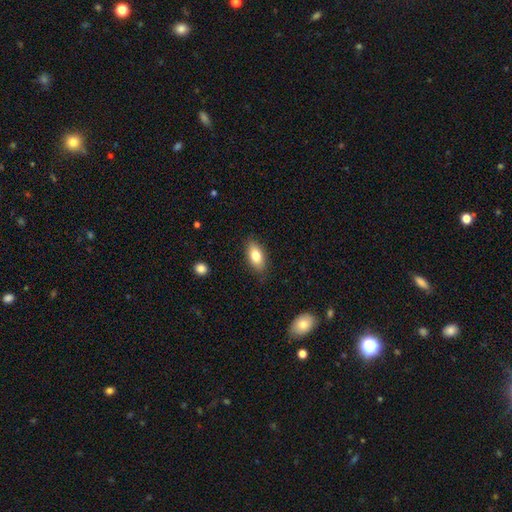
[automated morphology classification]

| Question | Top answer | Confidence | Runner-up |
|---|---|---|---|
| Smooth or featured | smooth | 79% | featured or disk (14%) |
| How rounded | in between | 88% | cigar-shaped (8%) |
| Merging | none | 84% | minor disturbance (12%) |